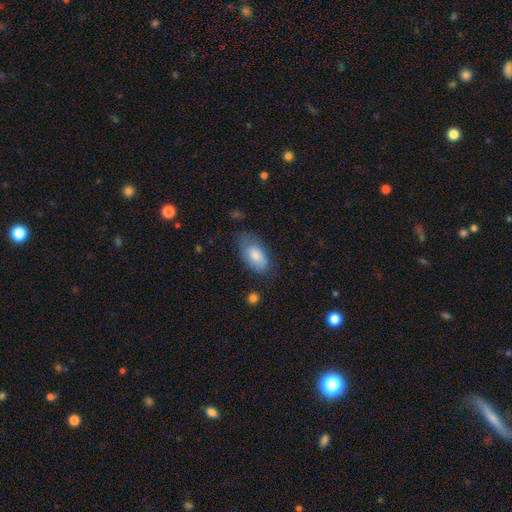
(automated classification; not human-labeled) Q: Smooth or featured?
A: smooth (81%); runner-up: featured or disk (13%)
Q: How rounded?
A: in between (94%); runner-up: round (3%)
Q: Merging?
A: none (58%); runner-up: minor disturbance (29%)